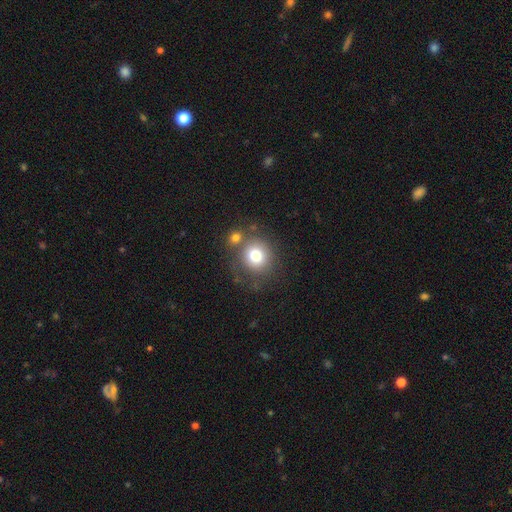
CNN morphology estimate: Smooth or featured? smooth (77%)
How rounded? round (86%)
Merging? none (64%)